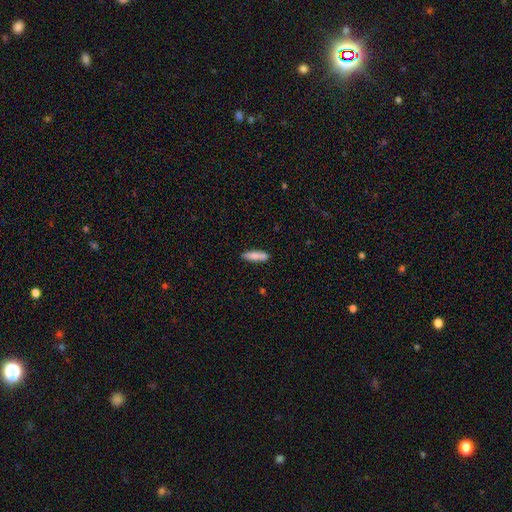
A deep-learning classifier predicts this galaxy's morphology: A smooth galaxy with no disk features (83%) that is cigar-shaped (67%). Merging: none (85%).